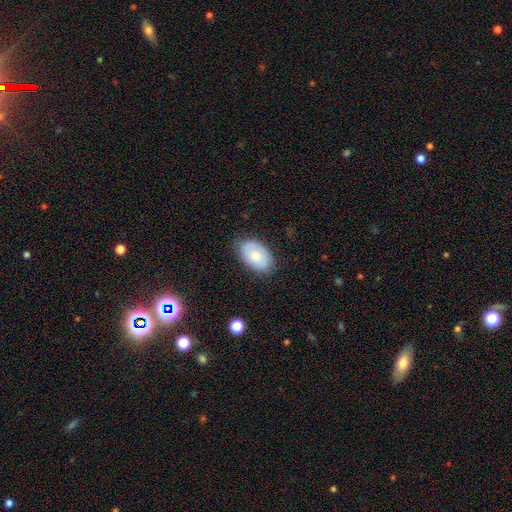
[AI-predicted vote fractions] Morphology: type=smooth (75%); roundness=in between (92%); merging=none (81%).